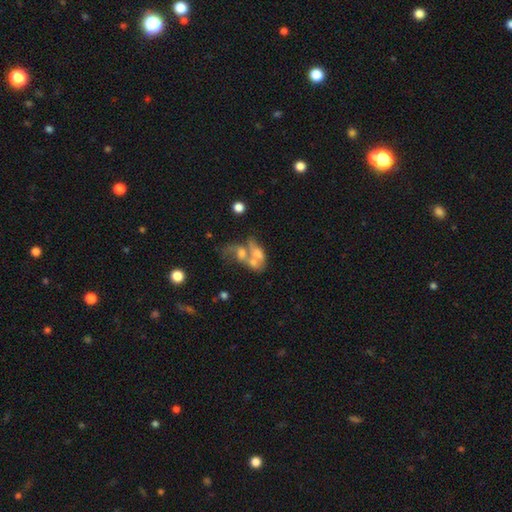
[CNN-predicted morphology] This is marginally a featured or disk galaxy (44%). Merging: likely merger (67%).